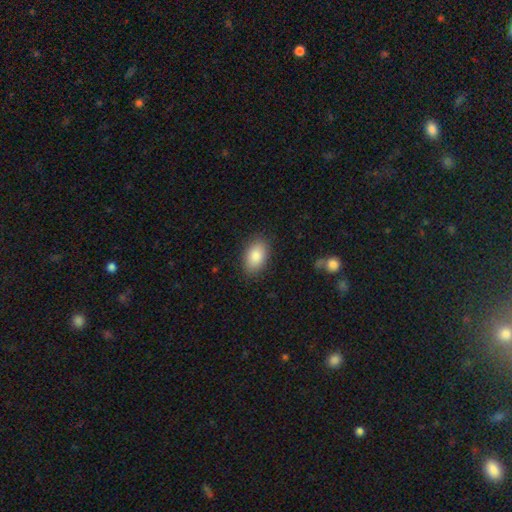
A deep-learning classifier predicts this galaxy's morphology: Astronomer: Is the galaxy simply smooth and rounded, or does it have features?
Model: smooth — 86%.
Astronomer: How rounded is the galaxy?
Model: in between — 90%.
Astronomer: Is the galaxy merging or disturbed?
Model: none — 86%.